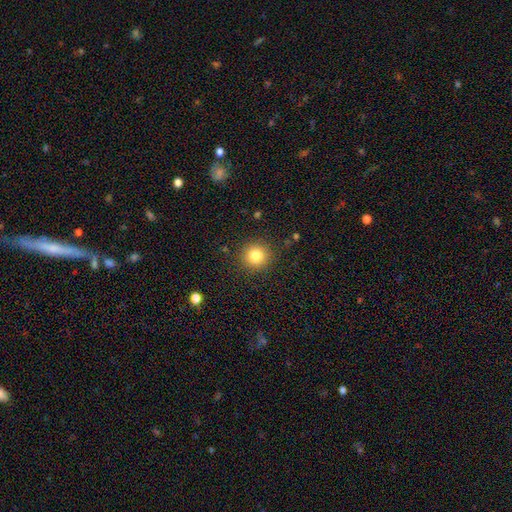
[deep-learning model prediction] Q: Smooth or featured?
A: smooth (81%); runner-up: star or artifact (12%)
Q: How rounded?
A: round (93%); runner-up: in between (6%)
Q: Merging?
A: none (90%); runner-up: minor disturbance (6%)